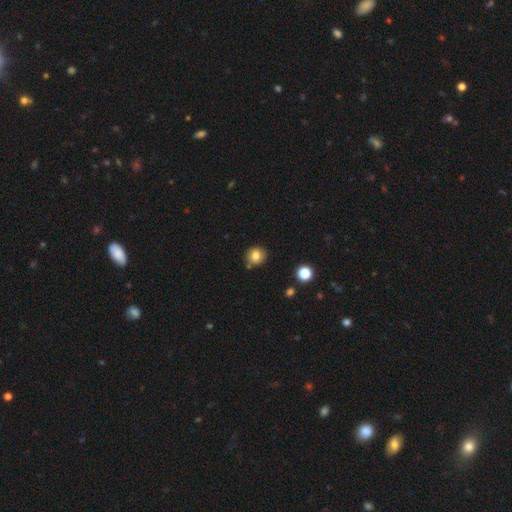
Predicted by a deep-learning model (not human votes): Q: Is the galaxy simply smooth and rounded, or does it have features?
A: smooth — 82%.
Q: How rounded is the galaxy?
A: round — 86%.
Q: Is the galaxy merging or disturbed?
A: none — 83%.